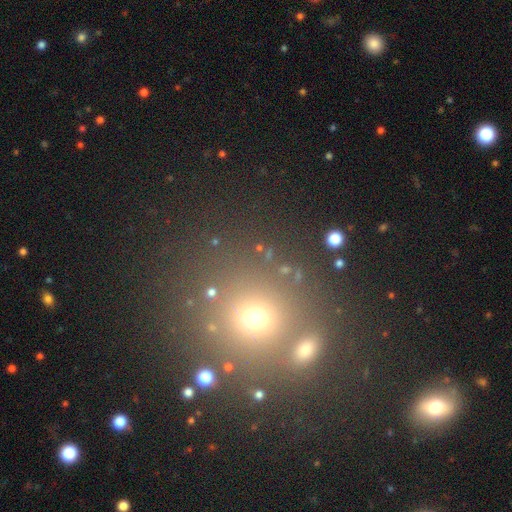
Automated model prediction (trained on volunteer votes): The model was most divided on "smooth or featured": smooth: 51%, star or artifact: 38%, featured or disk: 11%. More confident: how rounded — round (84%); merging — none (70%).